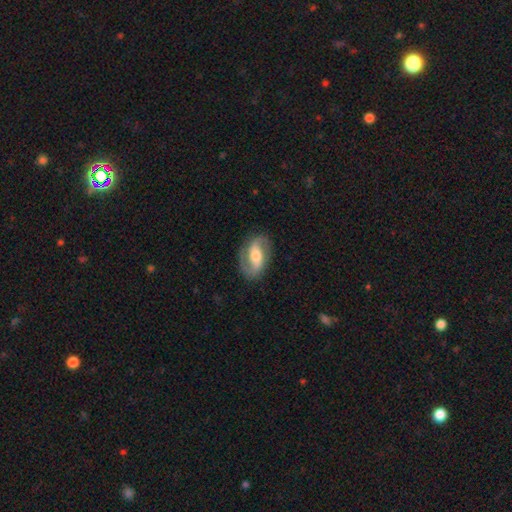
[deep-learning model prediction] smooth-or-featured: featured or disk: 81% | smooth: 14% | star or artifact: 5%
  disk-edge-on: no: 95% | yes: 5%
    bar: strong: 40% | weak: 37% | no: 23%
    has-spiral-arms: yes: 93% | no: 7%
      spiral-winding: medium: 48% | loose: 28% | tight: 24%
      spiral-arm-count: 2: 91% | can't tell: 3% | 1: 2% | 3: 1% | 4: 1% | more than 4: 1%
    bulge-size: moderate: 58% | small: 23% | large: 15% | none: 2% | dominant: 2%
  merging: none: 83% | minor disturbance: 11% | major disturbance: 4% | merger: 1%